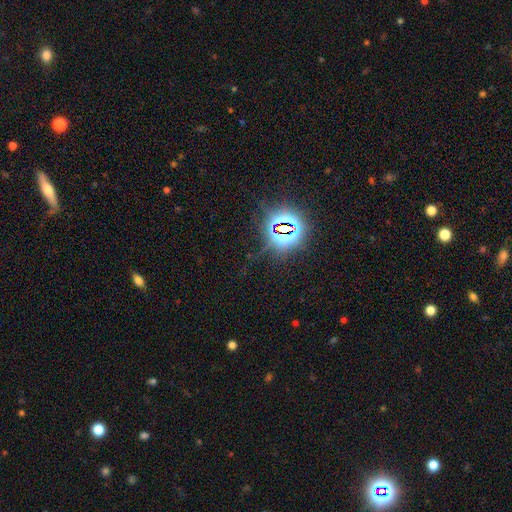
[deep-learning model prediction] smooth-or-featured: star or artifact: 81% | smooth: 11% | featured or disk: 8%